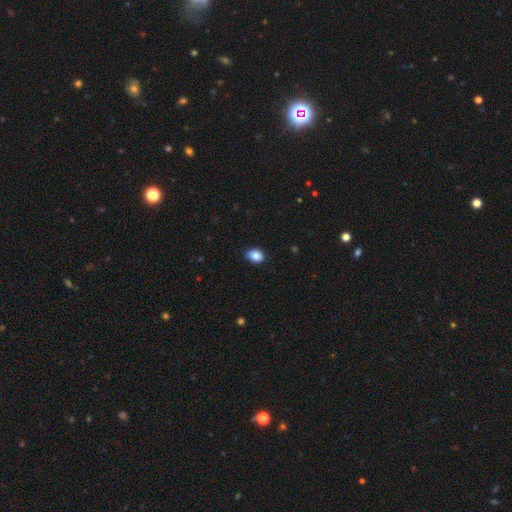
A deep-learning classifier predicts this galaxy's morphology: Smooth or featured: smooth — 88% (star or artifact — 8%)
How rounded: in between — 67% (round — 32%)
Merging: none — 83% (minor disturbance — 14%)